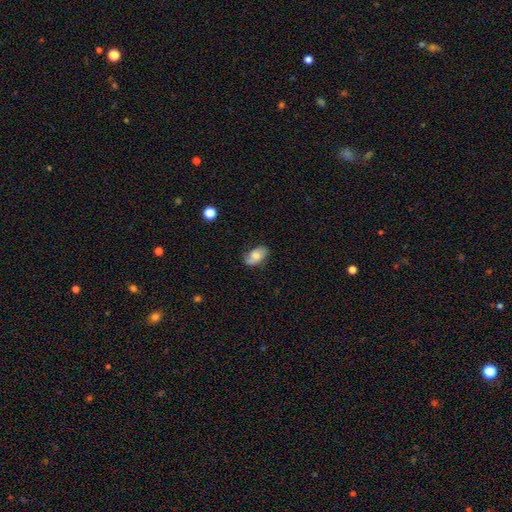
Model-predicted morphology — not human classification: This is likely a smooth galaxy (65%). How rounded: clearly in between (91%). Merging: likely none (67%).